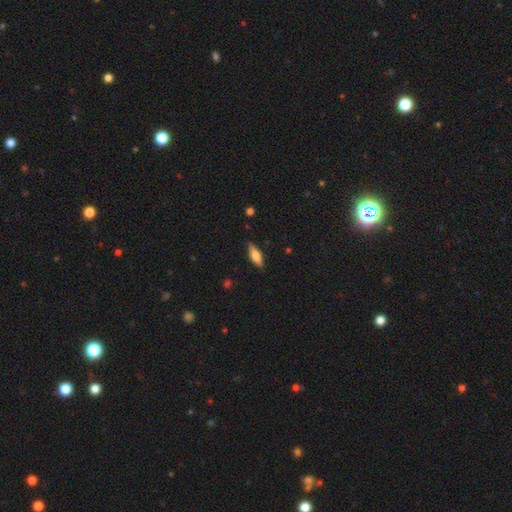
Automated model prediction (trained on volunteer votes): The model was most divided on "how rounded": in between: 60%, cigar-shaped: 37%, round: 2%. More confident: merging — none (83%); smooth or featured — smooth (64%).